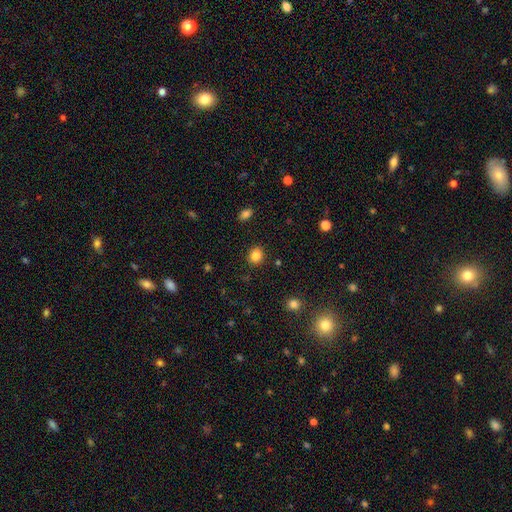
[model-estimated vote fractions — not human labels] smooth_or_featured: smooth (p=0.84) [alt: star or artifact p=0.10]
how_rounded: round (p=0.75) [alt: in between p=0.24]
merging: none (p=0.90) [alt: minor disturbance p=0.07]